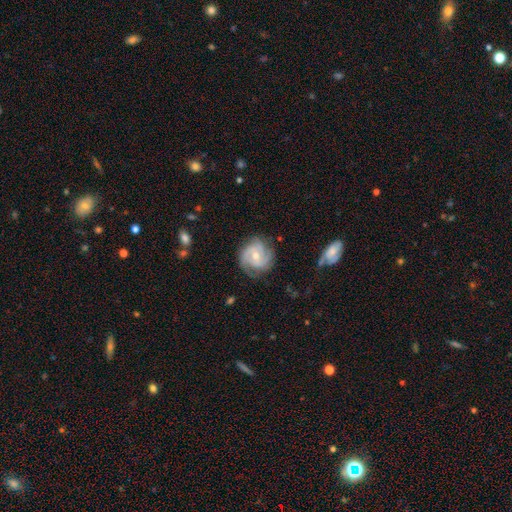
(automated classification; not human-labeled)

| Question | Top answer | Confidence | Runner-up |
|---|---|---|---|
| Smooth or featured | featured or disk | 81% | smooth (14%) |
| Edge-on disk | no | 98% | yes (2%) |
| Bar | no | 62% | weak (31%) |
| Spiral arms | yes | 95% | no (5%) |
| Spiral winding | tight | 50% | medium (40%) |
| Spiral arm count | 3 | 42% | 2 (29%) |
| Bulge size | moderate | 50% | small (46%) |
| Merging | none | 75% | minor disturbance (18%) |